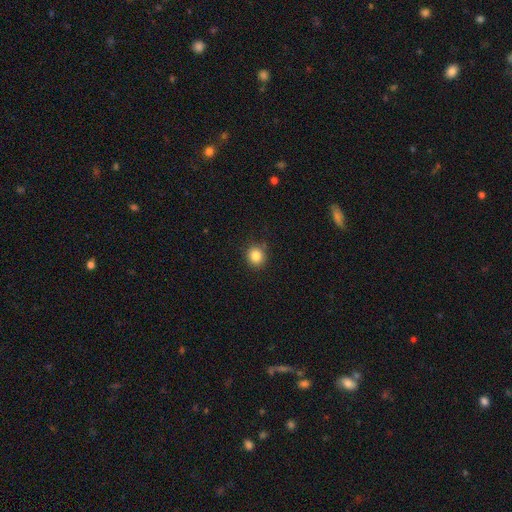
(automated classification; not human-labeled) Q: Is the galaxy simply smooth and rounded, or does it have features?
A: smooth — 85%.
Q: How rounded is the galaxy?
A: round — 87%.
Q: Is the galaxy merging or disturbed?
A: none — 85%.